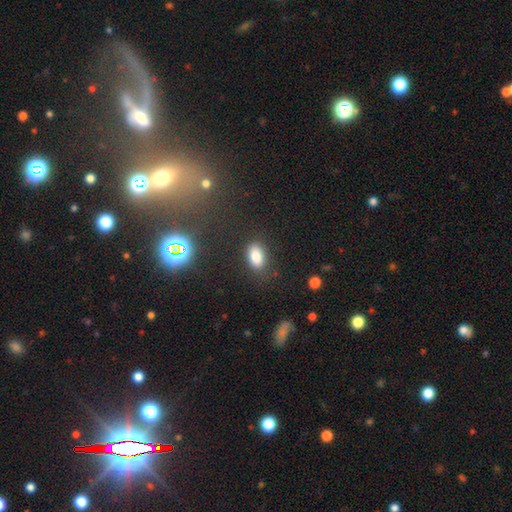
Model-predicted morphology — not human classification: A smooth galaxy with no disk features (83%) that is in between round and cigar-shaped (89%).

Vote fractions:
- Smooth or featured? smooth: 83% / star or artifact: 10% / featured or disk: 7%
- How rounded? in between: 89% / round: 8% / cigar-shaped: 3%
- Merging? none: 82% / minor disturbance: 12% / major disturbance: 4% / merger: 2%